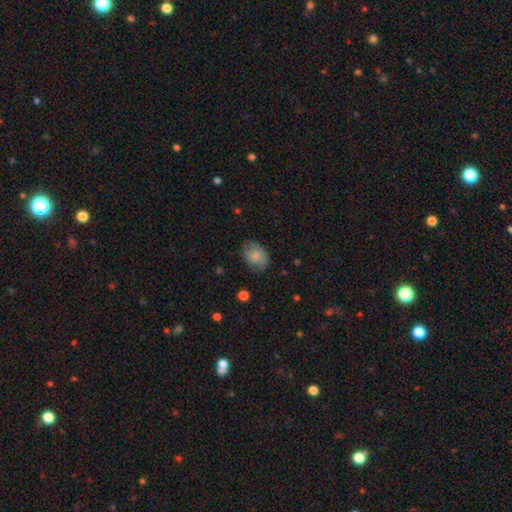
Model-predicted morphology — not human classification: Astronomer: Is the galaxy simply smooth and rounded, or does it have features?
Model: smooth — 82%.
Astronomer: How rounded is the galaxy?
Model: in between — 75%.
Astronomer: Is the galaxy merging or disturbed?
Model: none — 73%.